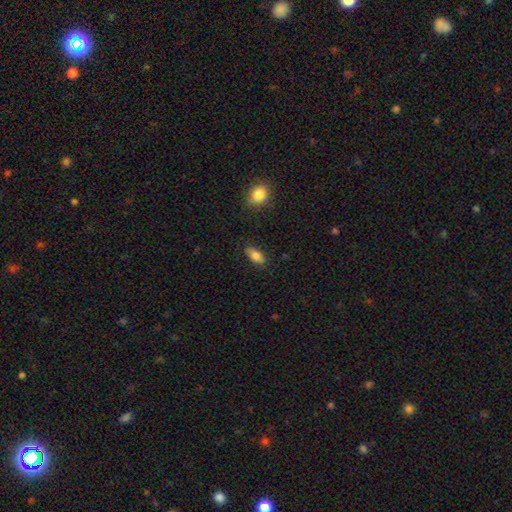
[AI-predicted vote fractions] Smooth or featured?
  - smooth: 80% *
  - featured or disk: 12%
  - star or artifact: 8%
How rounded?
  - in between: 85% *
  - cigar-shaped: 12%
  - round: 3%
Merging?
  - none: 83% *
  - minor disturbance: 12%
  - major disturbance: 3%
  - merger: 2%